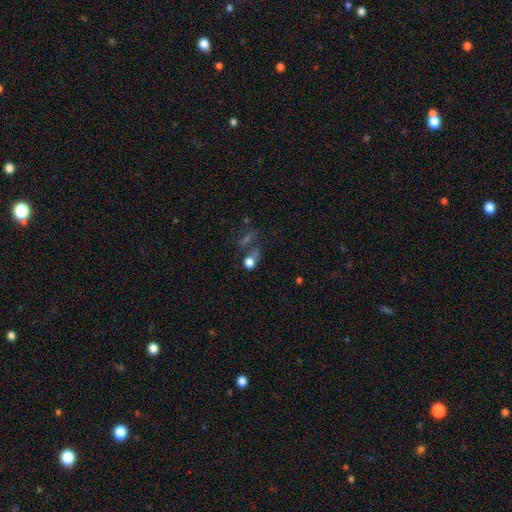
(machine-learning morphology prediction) Smooth or featured? star or artifact (42%)